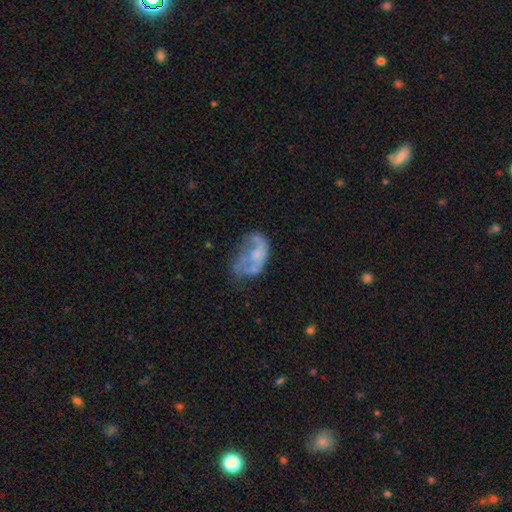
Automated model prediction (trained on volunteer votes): Q: Smooth or featured?
A: featured or disk (60%); runner-up: smooth (30%)
Q: Edge-on disk?
A: no (97%); runner-up: yes (3%)
Q: Bar?
A: no (80%); runner-up: weak (17%)
Q: Spiral arms?
A: no (59%); runner-up: yes (41%)
Q: Bulge size?
A: none (41%); runner-up: small (28%)
Q: Merging?
A: major disturbance (36%); runner-up: none (32%)